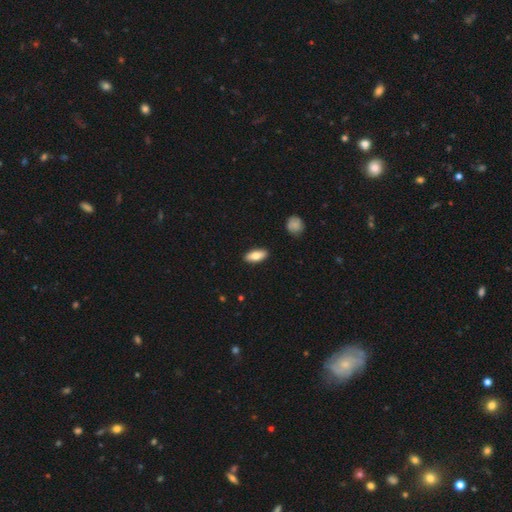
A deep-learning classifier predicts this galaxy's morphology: Overall: smooth (77%). How rounded: in between (83%). Merging: none (89%).